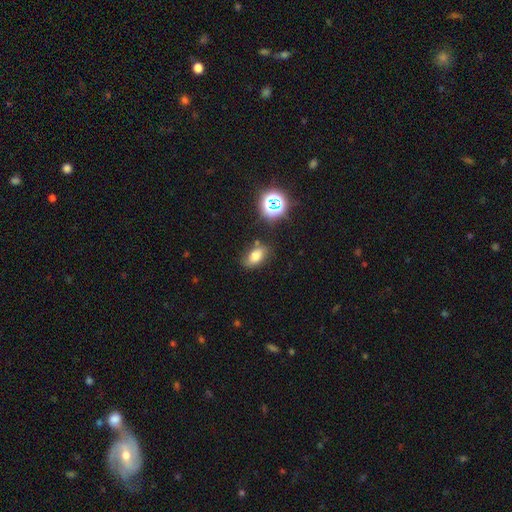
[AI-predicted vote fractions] A smooth galaxy with no disk features (74%) that is in between round and cigar-shaped (86%).

Vote fractions:
- Smooth or featured? smooth: 74% / star or artifact: 16% / featured or disk: 10%
- How rounded? in between: 86% / round: 10% / cigar-shaped: 4%
- Merging? none: 77% / minor disturbance: 14% / merger: 5% / major disturbance: 4%